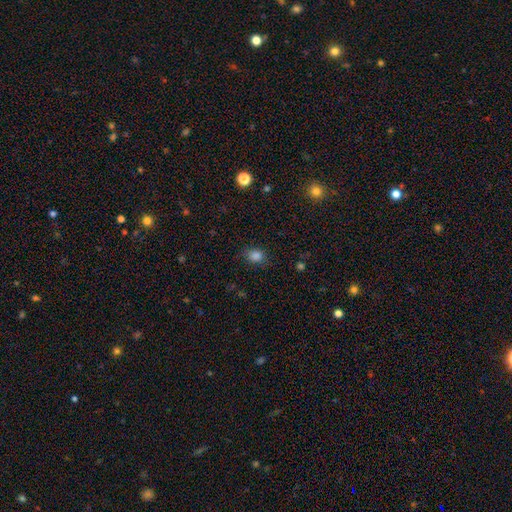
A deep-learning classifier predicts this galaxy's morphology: Q: Smooth or featured?
A: smooth (84%); runner-up: star or artifact (12%)
Q: How rounded?
A: in between (51%); runner-up: round (47%)
Q: Merging?
A: none (80%); runner-up: minor disturbance (15%)